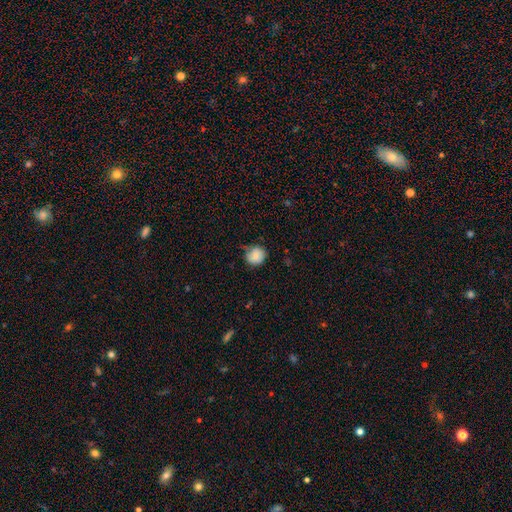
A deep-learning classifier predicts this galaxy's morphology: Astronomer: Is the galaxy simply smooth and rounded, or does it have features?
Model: smooth — 84%.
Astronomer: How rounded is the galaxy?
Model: round — 86%.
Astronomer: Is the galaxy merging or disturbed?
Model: none — 71%.